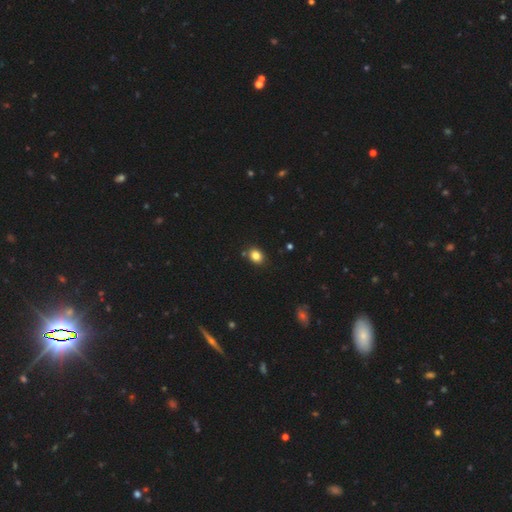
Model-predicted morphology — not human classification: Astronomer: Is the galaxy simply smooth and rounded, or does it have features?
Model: smooth — 83%.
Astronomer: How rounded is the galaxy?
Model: in between — 52% (runner-up: round, 47%).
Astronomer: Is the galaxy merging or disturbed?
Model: none — 82%.